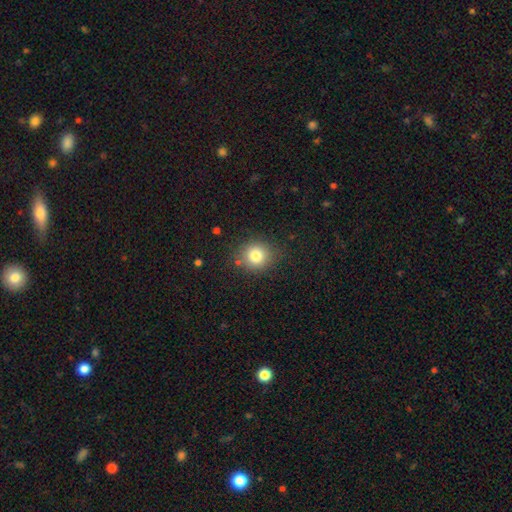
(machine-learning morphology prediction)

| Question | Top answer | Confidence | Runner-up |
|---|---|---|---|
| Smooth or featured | smooth | 79% | star or artifact (12%) |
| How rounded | round | 84% | in between (15%) |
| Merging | none | 83% | minor disturbance (11%) |